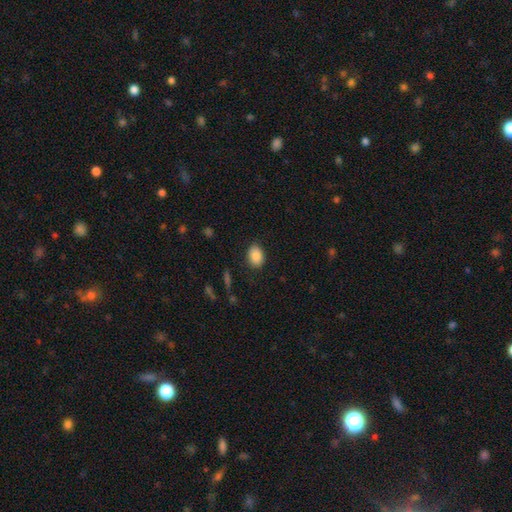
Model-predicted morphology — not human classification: Smooth or featured?
  - smooth: 87% *
  - star or artifact: 8%
  - featured or disk: 5%
How rounded?
  - in between: 79% *
  - round: 20%
  - cigar-shaped: 1%
Merging?
  - none: 84% *
  - minor disturbance: 12%
  - major disturbance: 3%
  - merger: 1%